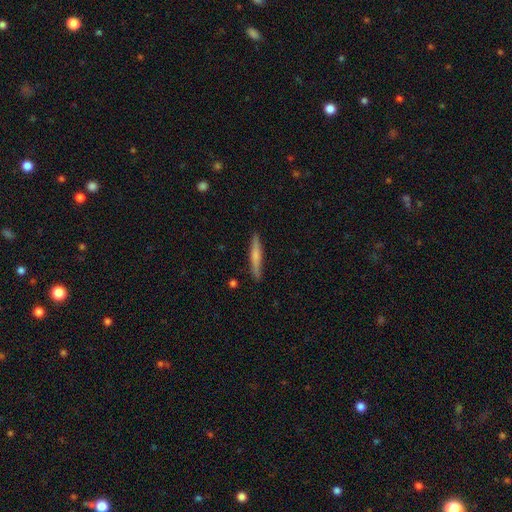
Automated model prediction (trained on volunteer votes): This appears to be a smooth galaxy with no disk features (59%) that is cigar-shaped (94%). Merging: none (89%).